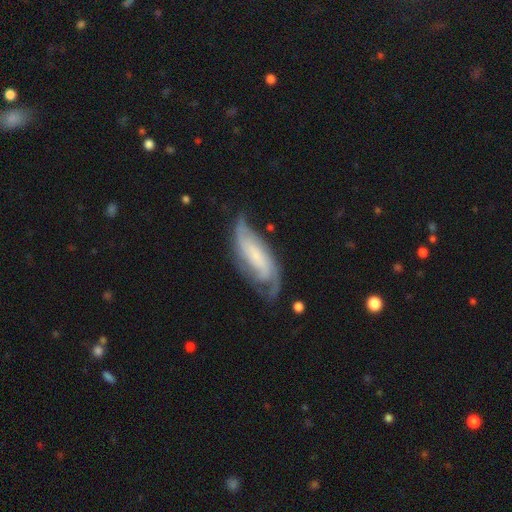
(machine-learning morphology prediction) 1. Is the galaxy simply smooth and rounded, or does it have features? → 78% featured or disk, 16% smooth, 6% star or artifact.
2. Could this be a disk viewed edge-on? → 91% no, 9% yes.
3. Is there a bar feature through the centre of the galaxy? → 49% no, 32% weak, 18% strong.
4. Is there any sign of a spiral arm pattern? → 95% yes, 5% no.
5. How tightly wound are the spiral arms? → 42% medium, 36% tight, 23% loose.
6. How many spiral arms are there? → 62% 2, 18% can't tell, 10% 3, 4% 1, 3% 4, 3% more than 4.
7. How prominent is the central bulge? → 44% small, 28% none, 17% moderate, 8% large, 3% dominant.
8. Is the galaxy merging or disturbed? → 62% none, 23% minor disturbance, 13% major disturbance, 2% merger.